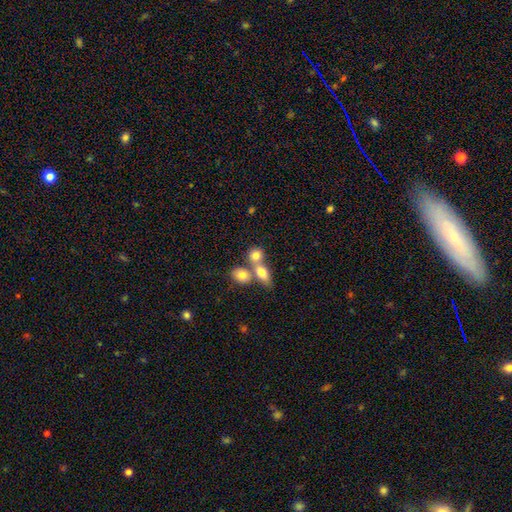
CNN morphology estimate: Smooth or featured? Predicted: smooth (p=0.77). How rounded? Predicted: round (p=0.53). Merging? Predicted: merger (p=0.57).